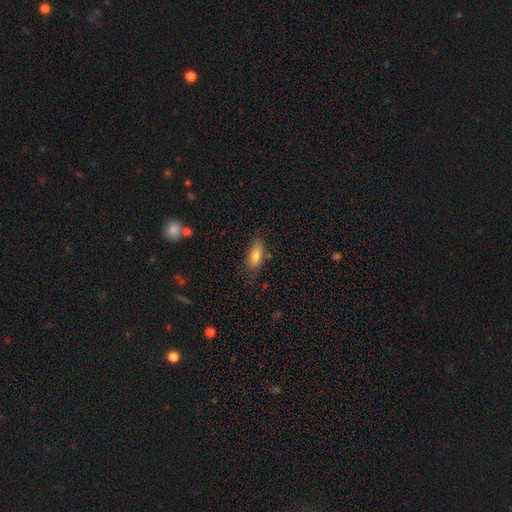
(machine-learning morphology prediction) A smooth galaxy with no disk features (76%) that is in between round and cigar-shaped (79%).

Vote fractions:
- Smooth or featured? smooth: 76% / featured or disk: 15% / star or artifact: 8%
- How rounded? in between: 79% / cigar-shaped: 18% / round: 4%
- Merging? none: 73% / minor disturbance: 19% / major disturbance: 4% / merger: 3%